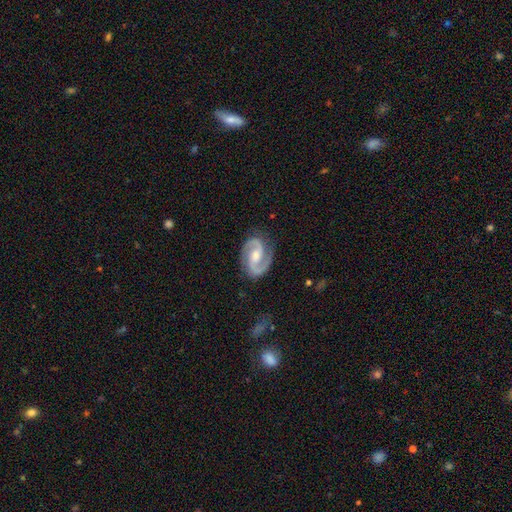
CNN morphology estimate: Smooth or featured? Predicted: featured or disk (p=0.92). Edge-on disk? Predicted: no (p=0.98). Bar? Predicted: weak (p=0.42). Spiral arms? Predicted: yes (p=0.98). Spiral winding? Predicted: medium (p=0.58). Spiral arm count? Predicted: 2 (p=0.94). Bulge size? Predicted: moderate (p=0.64). Merging? Predicted: none (p=0.85).